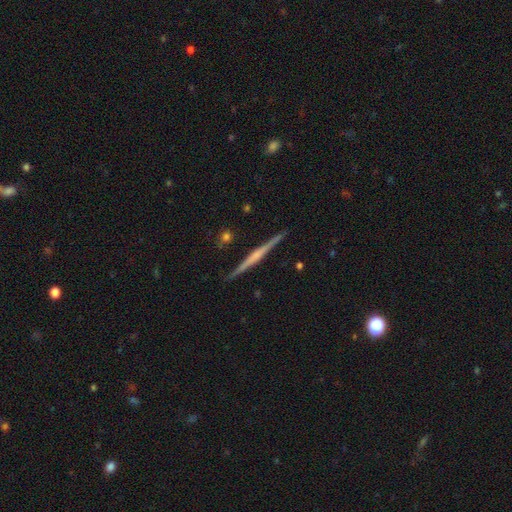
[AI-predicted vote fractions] smooth_or_featured: featured or disk (p=0.76) [alt: smooth p=0.19]
disk_edge_on: yes (p=0.98) [alt: no p=0.02]
edge_on_bulge: rounded (p=0.46) [alt: none p=0.35]
merging: none (p=0.91) [alt: minor disturbance p=0.06]